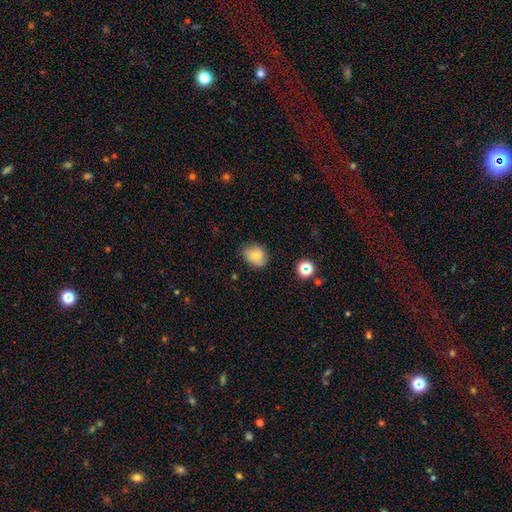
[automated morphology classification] type=smooth (71%); roundness=in between (58%); merging=none (74%).